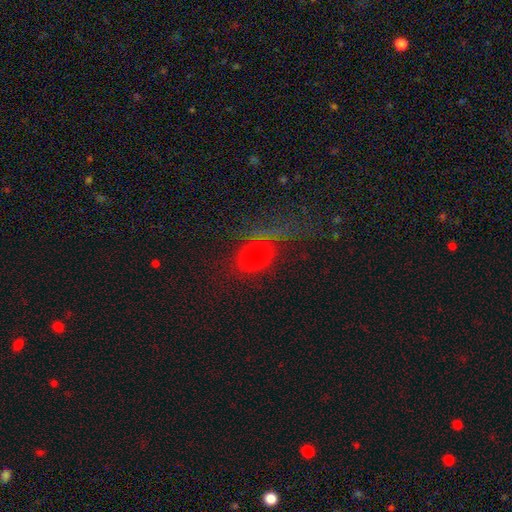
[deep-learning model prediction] Overall: smooth (65%). How rounded: in between (61%; round 34%). Merging: none (69%).